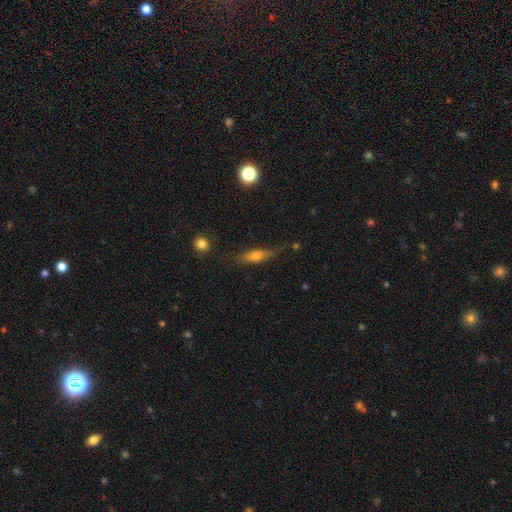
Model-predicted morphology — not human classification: Smooth or featured: smooth — 58% (featured or disk — 33%)
How rounded: cigar-shaped — 56% (in between — 40%)
Merging: none — 69% (minor disturbance — 22%)